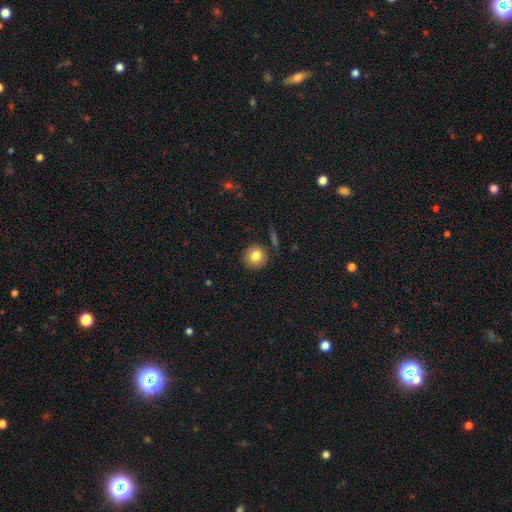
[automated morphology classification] Overall: smooth (82%). How rounded: round (94%). Merging: none (88%).